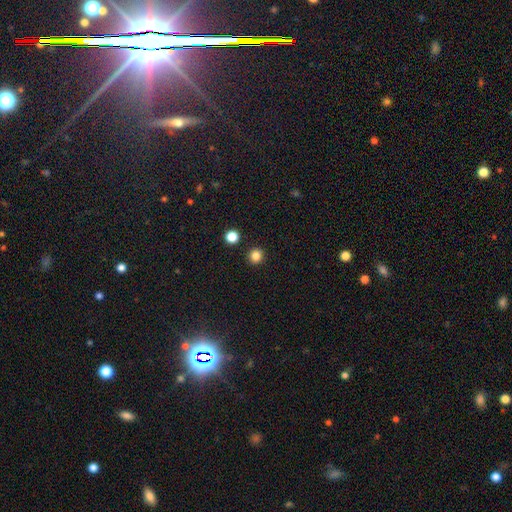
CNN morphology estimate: Smooth or featured? Predicted: smooth (p=0.83). How rounded? Predicted: round (p=0.93). Merging? Predicted: none (p=0.92).